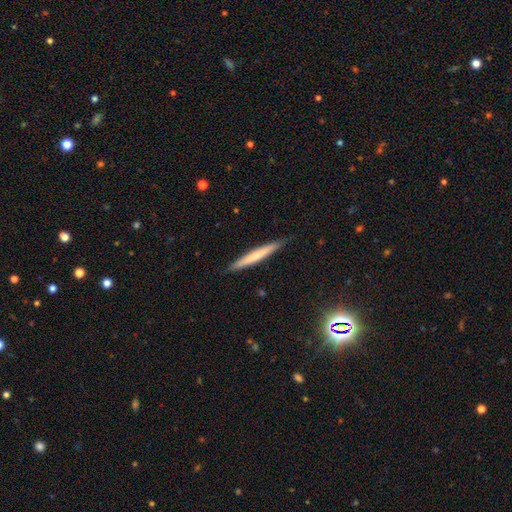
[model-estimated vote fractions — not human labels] Smooth or featured? Predicted: smooth (p=0.60). How rounded? Predicted: cigar-shaped (p=0.96). Merging? Predicted: none (p=0.89).